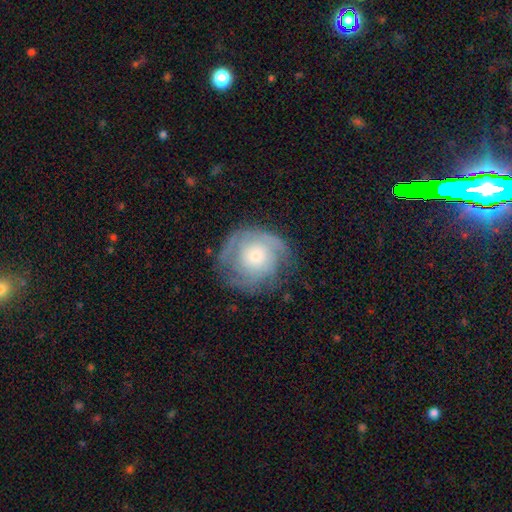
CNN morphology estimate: Smooth or featured? Predicted: featured or disk (p=0.72). Edge-on disk? Predicted: no (p=0.97). Bar? Predicted: no (p=0.81). Spiral arms? Predicted: yes (p=0.89). Spiral winding? Predicted: tight (p=0.65). Spiral arm count? Predicted: can't tell (p=0.39). Bulge size? Predicted: moderate (p=0.42). Merging? Predicted: none (p=0.73).